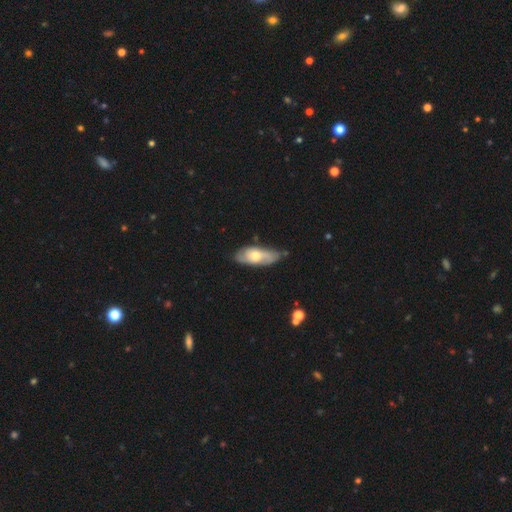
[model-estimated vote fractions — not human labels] Overall: smooth (48%; featured or disk 46%). Merging: none (61%; minor disturbance 29%).